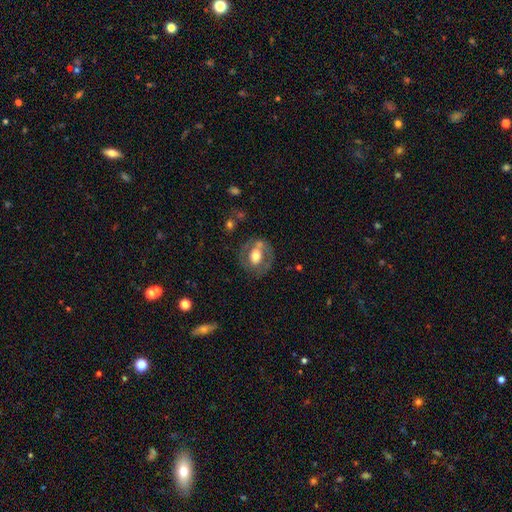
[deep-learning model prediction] Smooth or featured? featured or disk (51%)
Edge-on disk? no (94%)
Merging? none (65%)